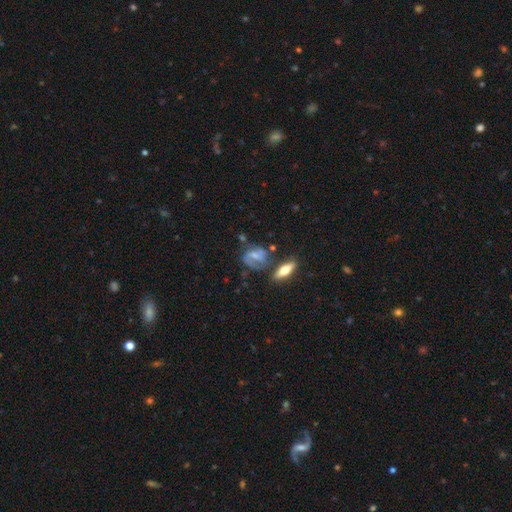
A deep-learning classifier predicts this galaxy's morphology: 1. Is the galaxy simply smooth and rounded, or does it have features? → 62% featured or disk, 29% smooth, 9% star or artifact.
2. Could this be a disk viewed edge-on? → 92% no, 8% yes.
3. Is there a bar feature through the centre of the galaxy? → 42% no, 41% weak, 17% strong.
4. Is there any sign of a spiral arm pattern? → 81% yes, 19% no.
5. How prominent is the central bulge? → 45% small, 30% moderate, 19% none, 4% large, 2% dominant.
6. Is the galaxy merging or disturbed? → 51% none, 22% minor disturbance, 15% major disturbance, 12% merger.